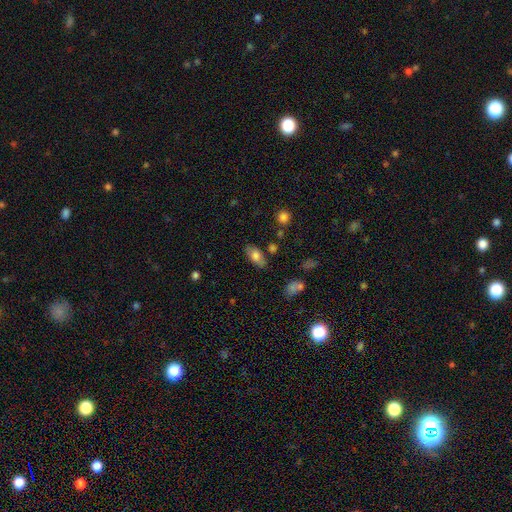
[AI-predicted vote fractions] Overall: smooth (76%). How rounded: in between (90%). Merging: none (78%).